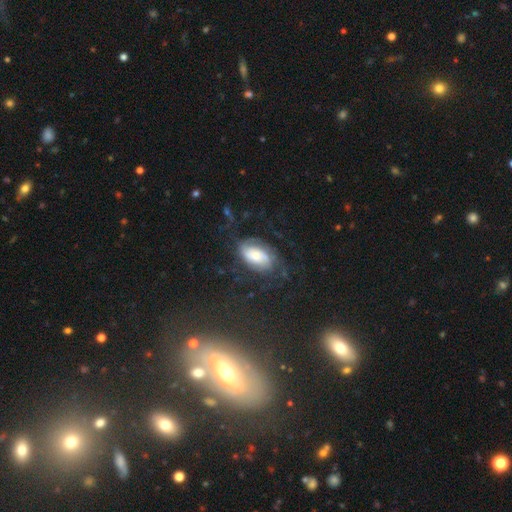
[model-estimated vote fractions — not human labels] Smooth or featured: featured or disk — 63% (smooth — 26%)
Edge-on disk: no — 95% (yes — 5%)
Bar: no — 60% (weak — 29%)
Spiral arms: yes — 88% (no — 12%)
Spiral winding: tight — 42% (medium — 37%)
Spiral arm count: 2 — 42% (can't tell — 32%)
Bulge size: moderate — 38% (small — 27%)
Merging: none — 60% (minor disturbance — 20%)